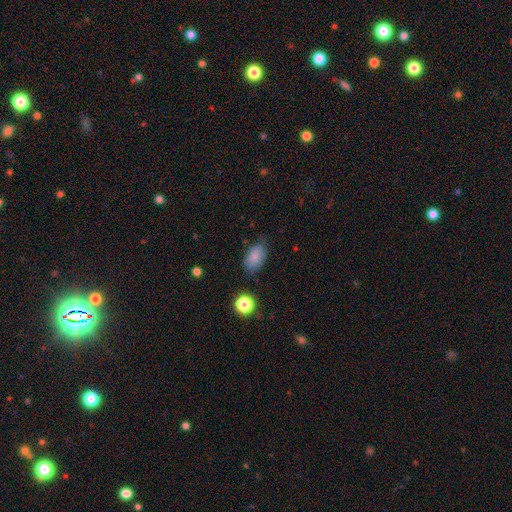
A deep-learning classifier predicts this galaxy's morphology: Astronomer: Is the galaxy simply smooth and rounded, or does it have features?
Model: smooth — 82%.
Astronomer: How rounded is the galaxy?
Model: in between — 89%.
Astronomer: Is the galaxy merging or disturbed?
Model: none — 74%.